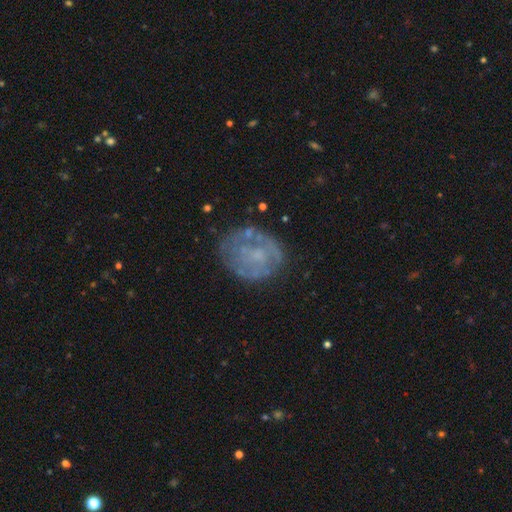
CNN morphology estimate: type=featured or disk (62%); edge-on=no (97%); bar=no (81%); spiral arms=no (56%); bulge=small (39%); merging=none (67%).